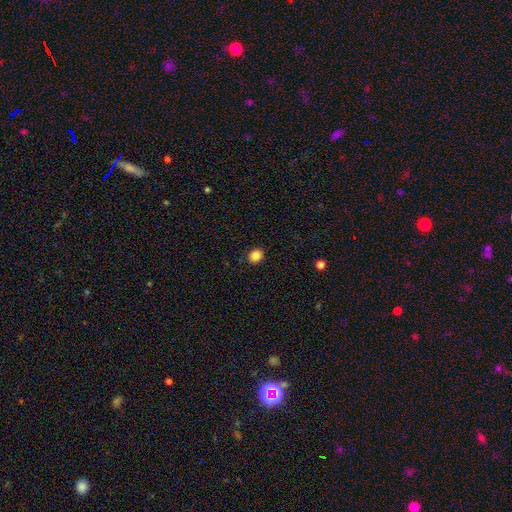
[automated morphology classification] smooth 85%, star or artifact 11%, featured or disk 4%. Down the decision tree: how rounded — round (81%); merging — none (91%).